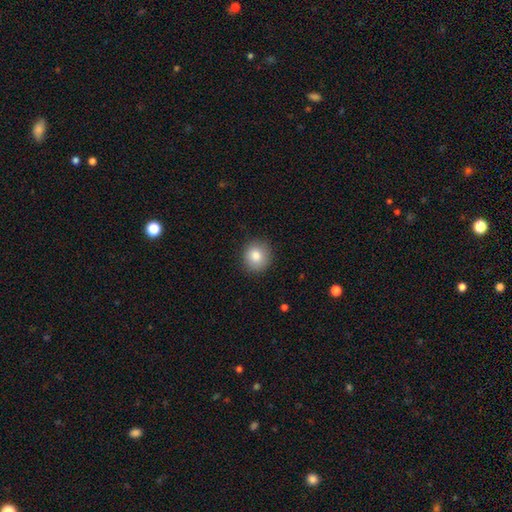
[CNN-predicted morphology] type=smooth (83%); roundness=round (88%); merging=none (89%).